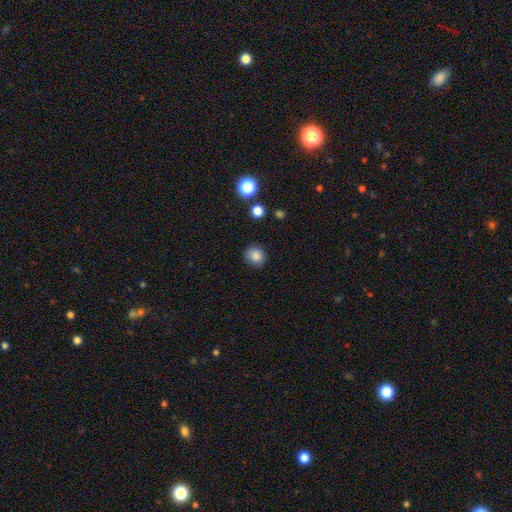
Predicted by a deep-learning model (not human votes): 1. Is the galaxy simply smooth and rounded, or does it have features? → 85% smooth, 10% star or artifact, 5% featured or disk.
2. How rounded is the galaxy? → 84% round, 15% in between, 1% cigar-shaped.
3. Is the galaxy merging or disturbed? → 87% none, 9% minor disturbance, 2% major disturbance, 1% merger.